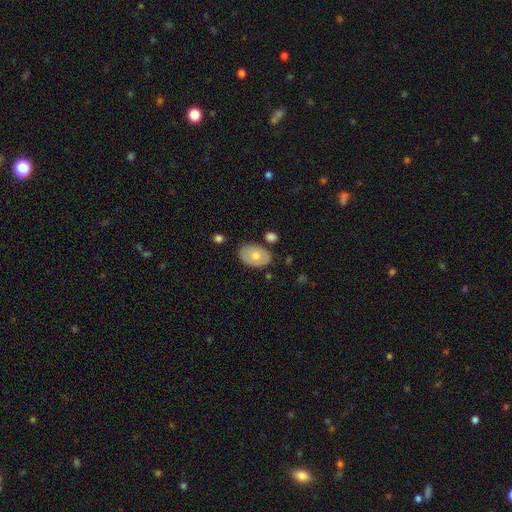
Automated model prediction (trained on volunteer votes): smooth-or-featured: smooth: 57% | featured or disk: 36% | star or artifact: 6%
  how-rounded: in between: 85% | round: 14% | cigar-shaped: 1%
  merging: none: 78% | minor disturbance: 15% | merger: 4% | major disturbance: 3%